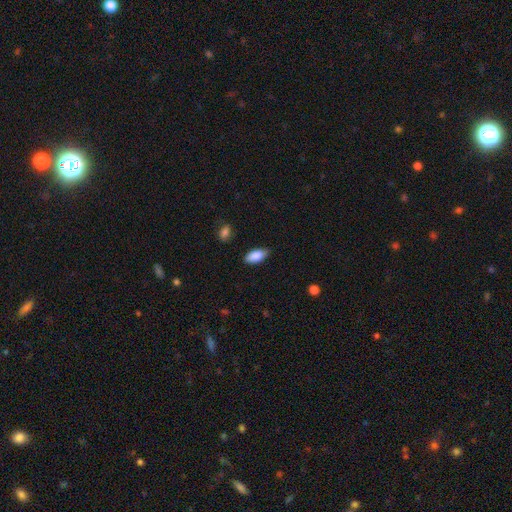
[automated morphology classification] Q: Smooth or featured?
A: smooth (88%); runner-up: star or artifact (7%)
Q: How rounded?
A: in between (91%); runner-up: cigar-shaped (6%)
Q: Merging?
A: none (79%); runner-up: minor disturbance (17%)